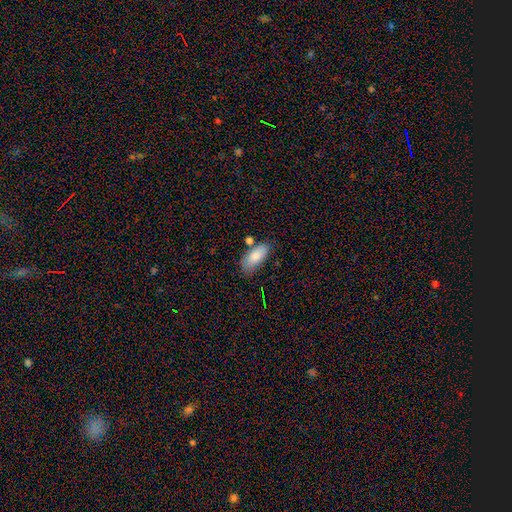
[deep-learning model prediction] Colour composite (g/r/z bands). It shows a smooth galaxy with no disk features (84%) that is in between round and cigar-shaped (87%). Merging: none (67%).